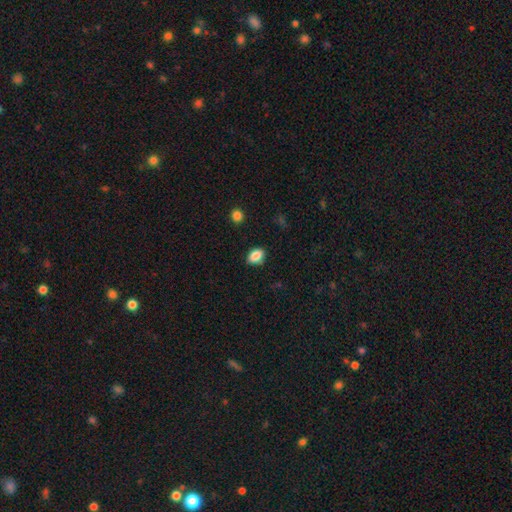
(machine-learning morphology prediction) smooth_or_featured: smooth (p=0.87) [alt: star or artifact p=0.09]
how_rounded: in between (p=0.80) [alt: round p=0.19]
merging: none (p=0.80) [alt: minor disturbance p=0.15]